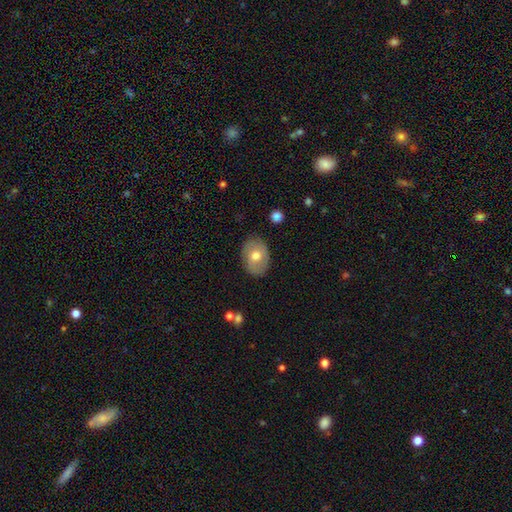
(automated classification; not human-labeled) Overall: smooth (62%; featured or disk 32%). How rounded: in between (72%). Merging: none (82%).